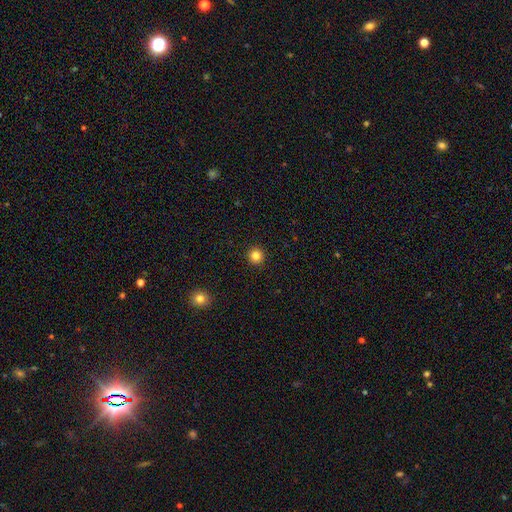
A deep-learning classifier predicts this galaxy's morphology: Overall: smooth (82%). How rounded: round (95%). Merging: none (93%).